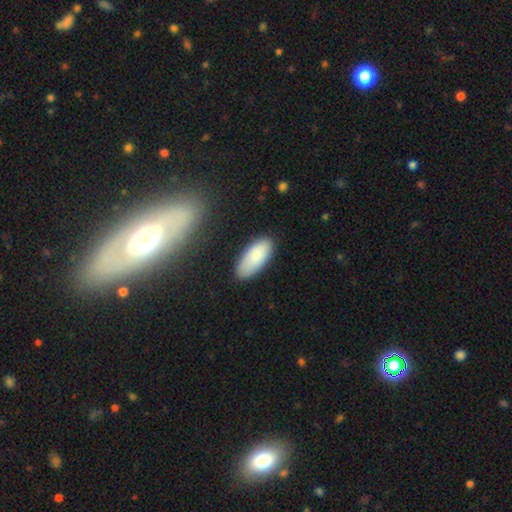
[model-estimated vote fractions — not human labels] Q: Smooth or featured?
A: smooth (83%); runner-up: featured or disk (10%)
Q: How rounded?
A: in between (89%); runner-up: cigar-shaped (9%)
Q: Merging?
A: none (83%); runner-up: minor disturbance (13%)